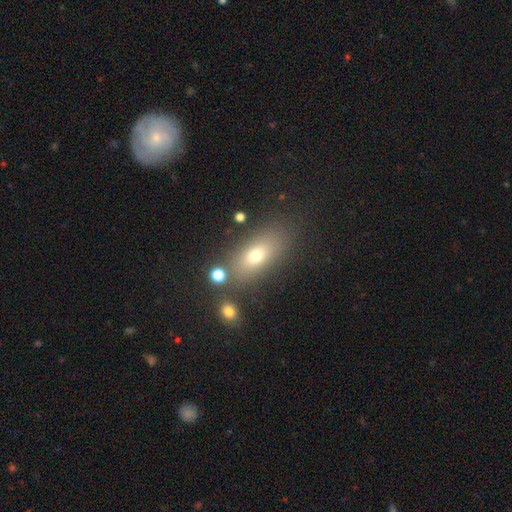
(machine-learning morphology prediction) Smooth or featured: smooth — 68% (featured or disk — 19%)
How rounded: in between — 76% (cigar-shaped — 14%)
Merging: none — 76% (minor disturbance — 12%)